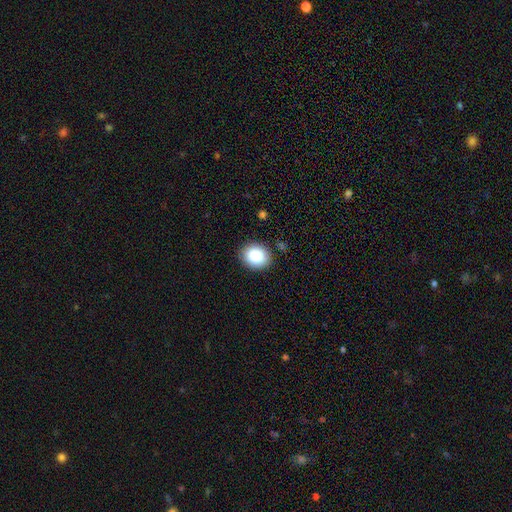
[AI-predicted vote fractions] A smooth galaxy with no disk features (87%) that is round (54%).

Vote fractions:
- Smooth or featured? smooth: 87% / star or artifact: 8% / featured or disk: 5%
- How rounded? round: 54% / in between: 45% / cigar-shaped: 1%
- Merging? none: 87% / minor disturbance: 9% / major disturbance: 2% / merger: 2%